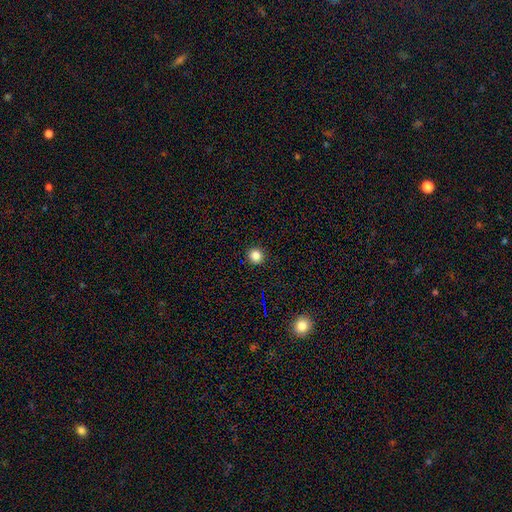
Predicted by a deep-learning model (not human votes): This is clearly a smooth galaxy (84%). How rounded: clearly round (95%). Merging: clearly none (93%).